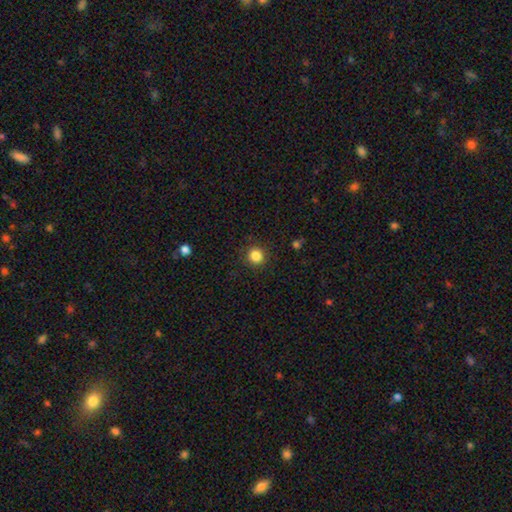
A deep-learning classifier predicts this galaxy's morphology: smooth-or-featured: smooth: 85% | star or artifact: 11% | featured or disk: 4%
  how-rounded: round: 91% | in between: 8% | cigar-shaped: 1%
  merging: none: 89% | minor disturbance: 7% | major disturbance: 2% | merger: 1%